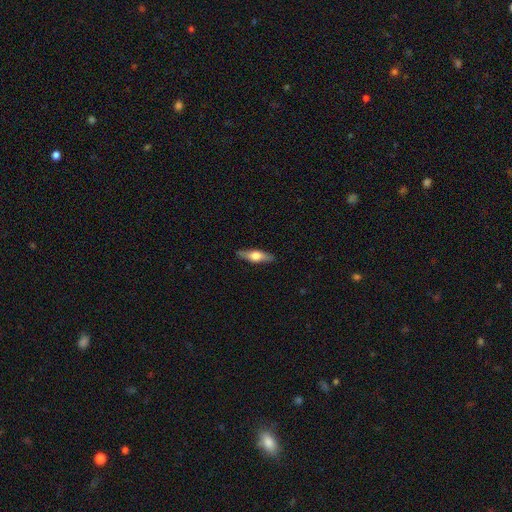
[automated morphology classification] A featured or disk galaxy (48%).

Vote fractions:
- Smooth or featured? featured or disk: 48% / smooth: 46% / star or artifact: 5%
- Merging? none: 88% / minor disturbance: 9% / major disturbance: 2% / merger: 1%